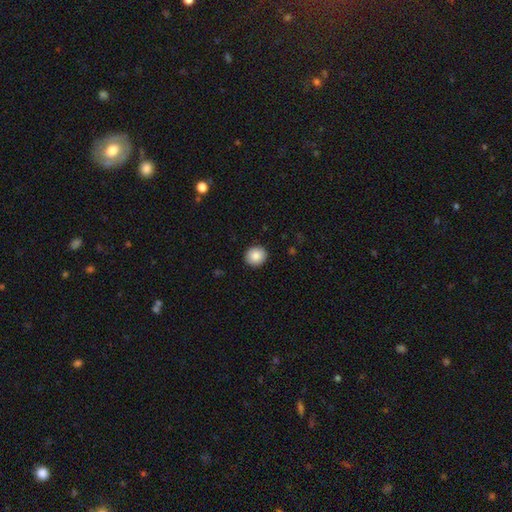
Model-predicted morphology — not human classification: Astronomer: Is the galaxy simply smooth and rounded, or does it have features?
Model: smooth — 88%.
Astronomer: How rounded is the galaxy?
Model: round — 86%.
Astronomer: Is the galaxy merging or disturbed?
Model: none — 92%.